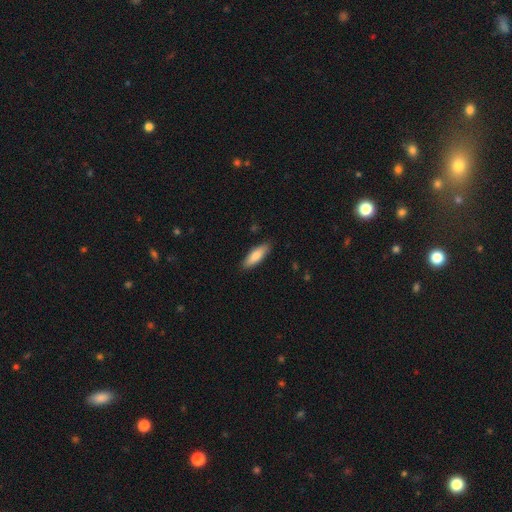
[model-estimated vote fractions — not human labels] Smooth or featured: smooth — 79% (featured or disk — 15%)
How rounded: in between — 52% (cigar-shaped — 46%)
Merging: none — 88% (minor disturbance — 9%)